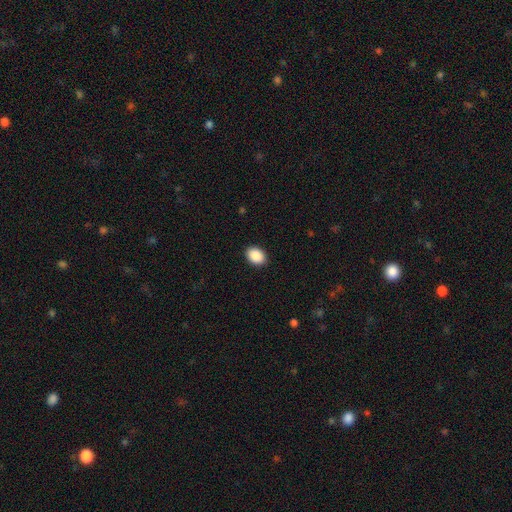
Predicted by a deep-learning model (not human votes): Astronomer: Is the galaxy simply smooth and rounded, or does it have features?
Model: smooth — 90%.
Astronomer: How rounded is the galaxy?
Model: in between — 74%.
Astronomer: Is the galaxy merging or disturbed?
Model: none — 91%.